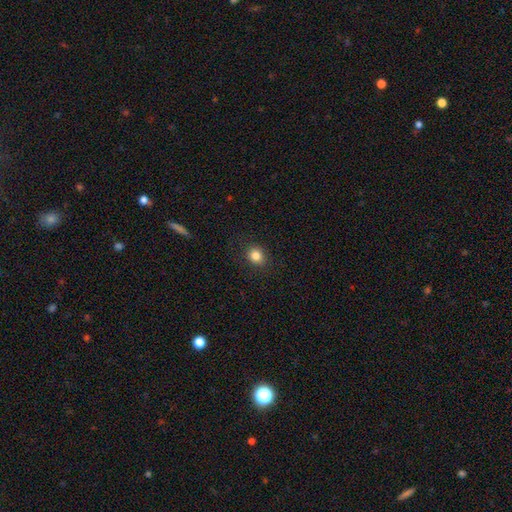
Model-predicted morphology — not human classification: Smooth or featured: smooth — 84% (star or artifact — 11%)
How rounded: round — 74% (in between — 25%)
Merging: none — 88% (minor disturbance — 8%)